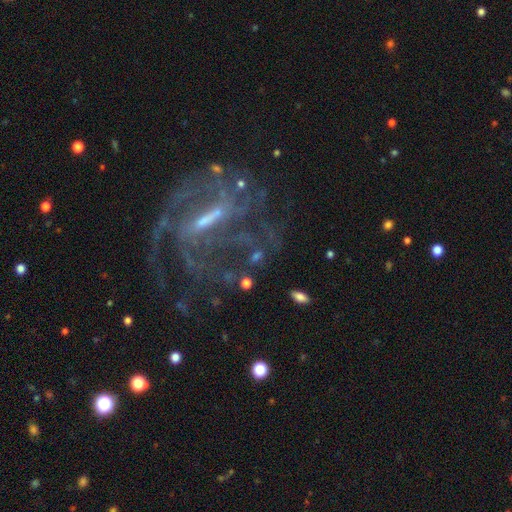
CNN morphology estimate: A featured or disk galaxy (84%) with a strong bar (49%), medium (43%) spiral arms (90%) and a small central bulge (51%). Merging: none (59%).